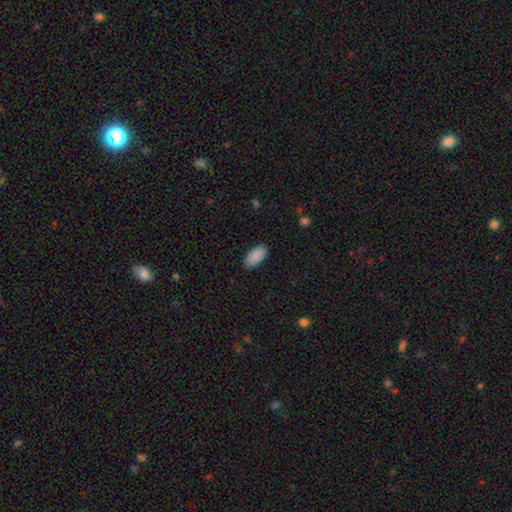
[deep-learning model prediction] A smooth galaxy with no disk features (90%) that is in between round and cigar-shaped (93%).

Vote fractions:
- Smooth or featured? smooth: 90% / star or artifact: 6% / featured or disk: 4%
- How rounded? in between: 93% / cigar-shaped: 5% / round: 2%
- Merging? none: 88% / minor disturbance: 9% / major disturbance: 2% / merger: 1%